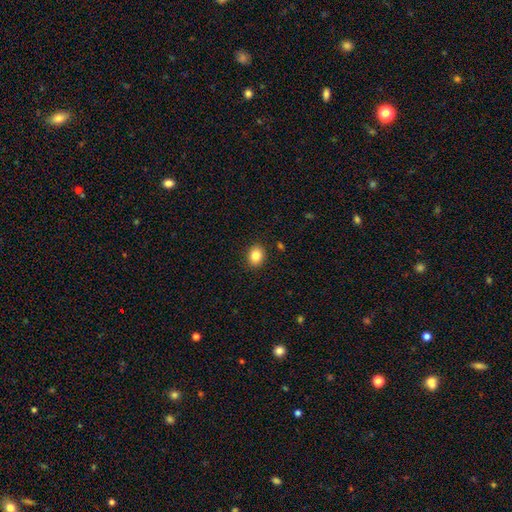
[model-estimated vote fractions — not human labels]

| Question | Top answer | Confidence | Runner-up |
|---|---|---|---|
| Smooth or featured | smooth | 84% | star or artifact (10%) |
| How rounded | round | 54% | in between (45%) |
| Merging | none | 90% | minor disturbance (7%) |